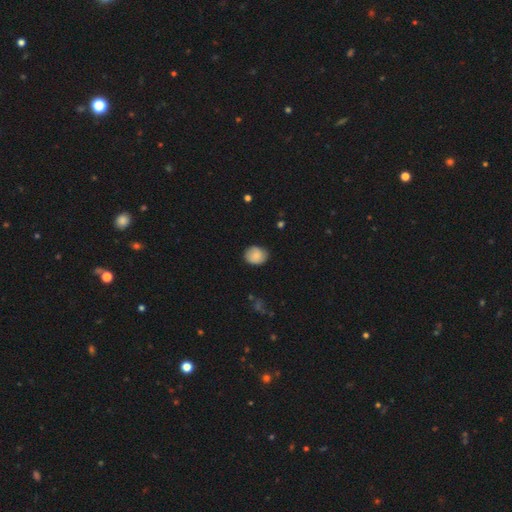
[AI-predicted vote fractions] This appears to be a smooth galaxy with no disk features (80%) that is round (62%). Merging: none (78%).